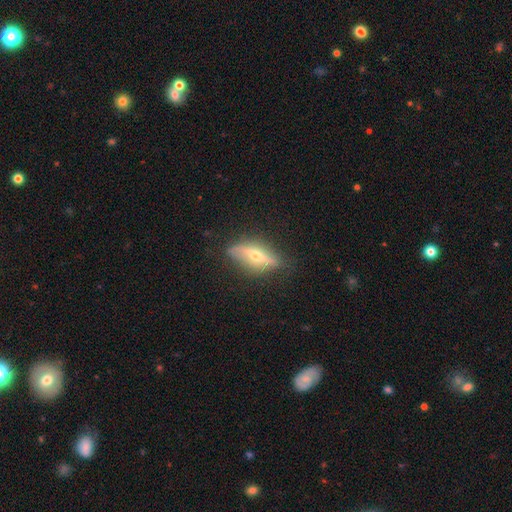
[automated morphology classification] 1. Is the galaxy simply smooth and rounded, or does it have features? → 67% featured or disk, 25% smooth, 8% star or artifact.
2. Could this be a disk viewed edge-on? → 74% yes, 26% no.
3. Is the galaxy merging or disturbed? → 75% none, 18% minor disturbance, 6% major disturbance, 2% merger.